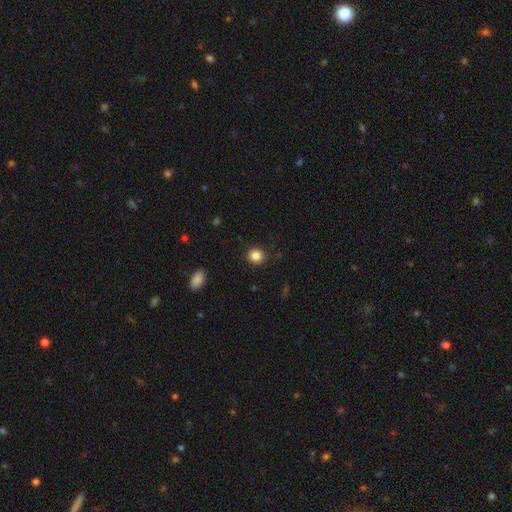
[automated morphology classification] type=smooth (85%); roundness=round (89%); merging=none (91%).